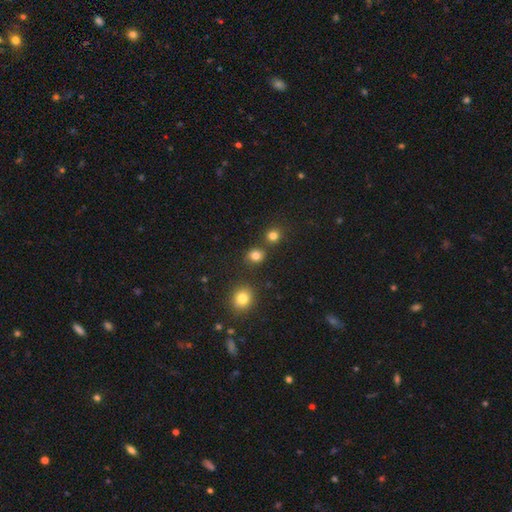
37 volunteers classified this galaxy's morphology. A smooth galaxy with no disk features (86%) that is round (59%). Merging: none (83%).